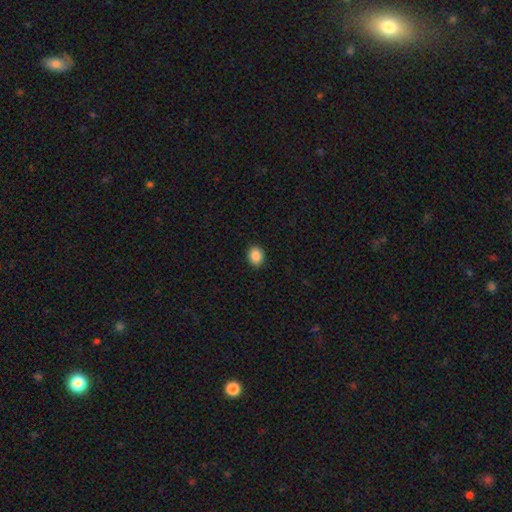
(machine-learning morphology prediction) smooth_or_featured: smooth (p=0.88) [alt: star or artifact p=0.09]
how_rounded: round (p=0.51) [alt: in between p=0.48]
merging: none (p=0.91) [alt: minor disturbance p=0.07]